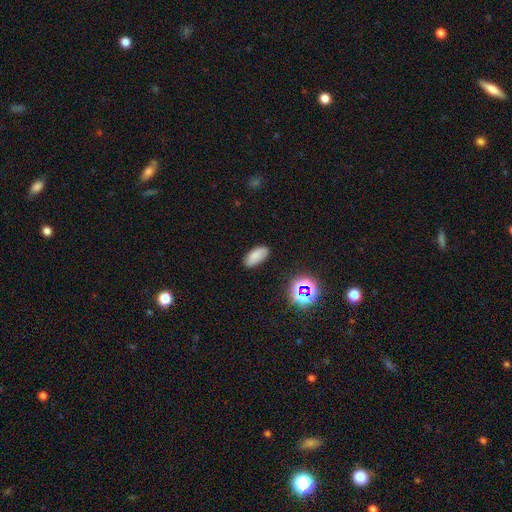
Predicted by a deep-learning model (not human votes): Morphology: type=smooth (80%); roundness=in between (92%); merging=none (85%).